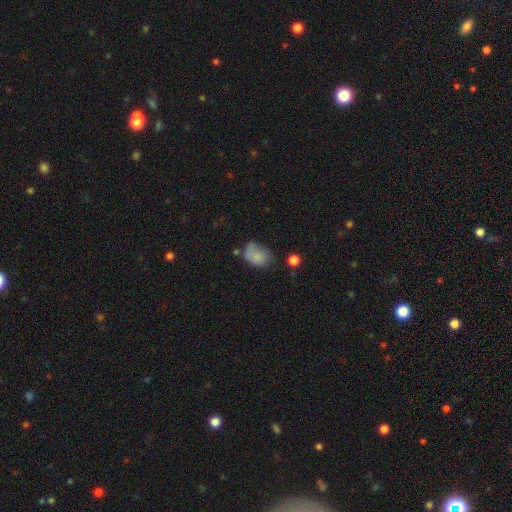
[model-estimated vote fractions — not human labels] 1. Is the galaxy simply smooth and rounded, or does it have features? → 78% smooth, 12% featured or disk, 10% star or artifact.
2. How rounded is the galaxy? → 73% in between, 25% round, 1% cigar-shaped.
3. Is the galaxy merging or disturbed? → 42% none, 33% minor disturbance, 16% major disturbance, 9% merger.